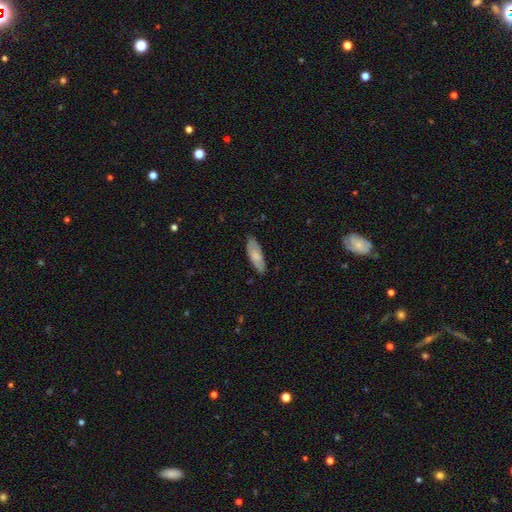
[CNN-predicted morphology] A smooth galaxy with no disk features (68%) that is in between round and cigar-shaped (68%). Merging: none (81%).